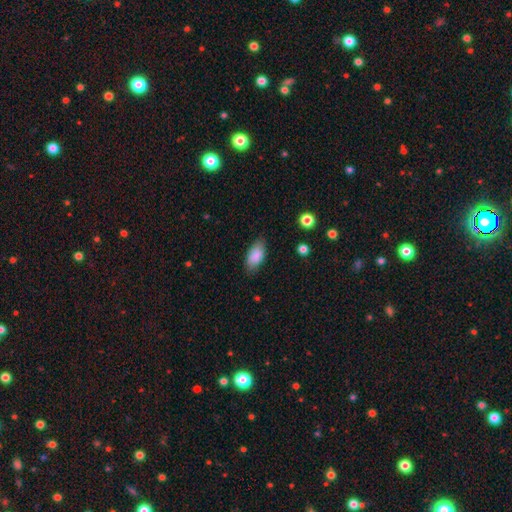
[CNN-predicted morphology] The model was most divided on "merging": none: 79%, minor disturbance: 16%, major disturbance: 4%, merger: 1%. More confident: how rounded — in between (92%); smooth or featured — smooth (86%).